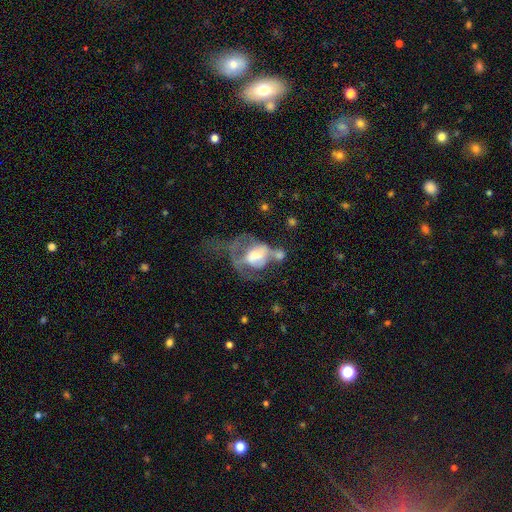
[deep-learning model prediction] smooth-or-featured: featured or disk: 53% | smooth: 37% | star or artifact: 10%
  disk-edge-on: no: 96% | yes: 4%
    bar: no: 62% | weak: 27% | strong: 12%
    has-spiral-arms: no: 59% | yes: 41%
    bulge-size: large: 38% | moderate: 31% | none: 13% | small: 11% | dominant: 7%
  merging: major disturbance: 46% | merger: 31% | none: 12% | minor disturbance: 11%